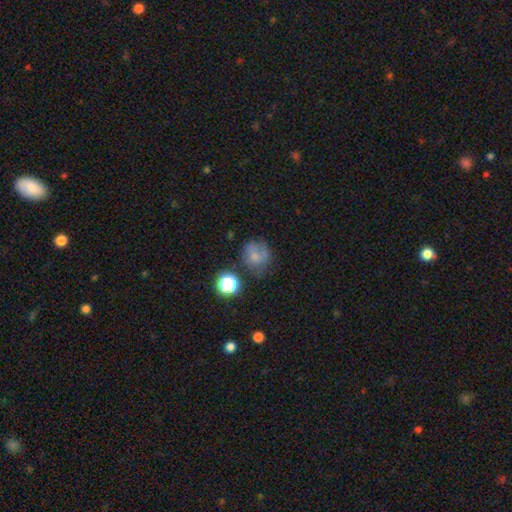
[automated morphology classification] type=smooth (62%); roundness=round (78%); merging=none (50%).